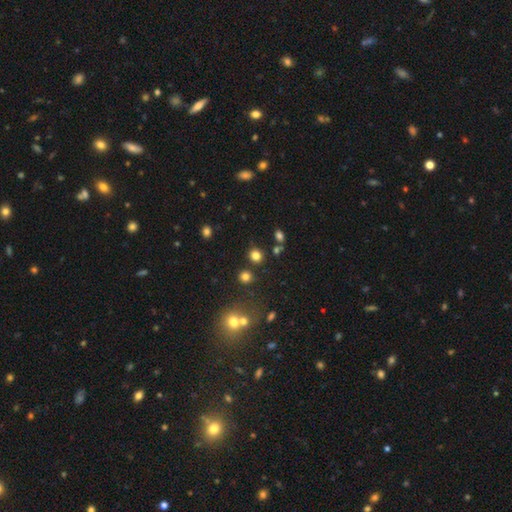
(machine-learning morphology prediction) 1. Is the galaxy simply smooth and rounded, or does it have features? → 78% smooth, 17% star or artifact, 6% featured or disk.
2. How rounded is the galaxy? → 85% round, 14% in between, 1% cigar-shaped.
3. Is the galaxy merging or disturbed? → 80% none, 8% merger, 8% minor disturbance, 3% major disturbance.